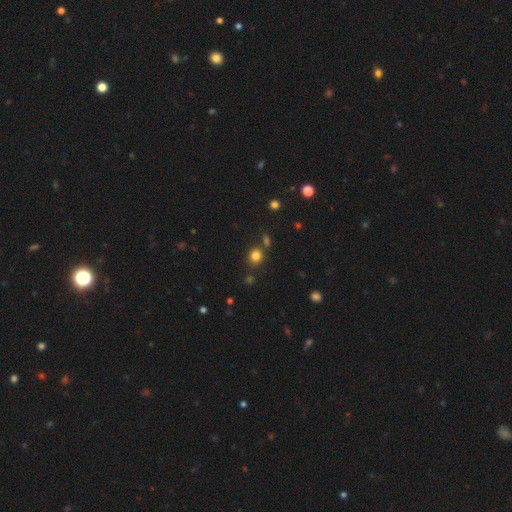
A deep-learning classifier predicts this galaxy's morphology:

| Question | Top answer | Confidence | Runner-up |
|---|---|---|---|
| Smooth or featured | smooth | 81% | star or artifact (14%) |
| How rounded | round | 84% | in between (15%) |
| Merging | none | 78% | merger (10%) |